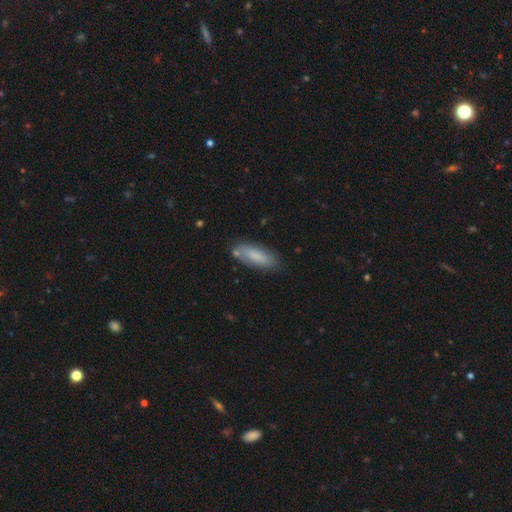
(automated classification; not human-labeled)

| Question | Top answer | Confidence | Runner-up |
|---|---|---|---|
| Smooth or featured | smooth | 81% | featured or disk (13%) |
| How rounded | in between | 65% | cigar-shaped (34%) |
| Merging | none | 77% | minor disturbance (15%) |